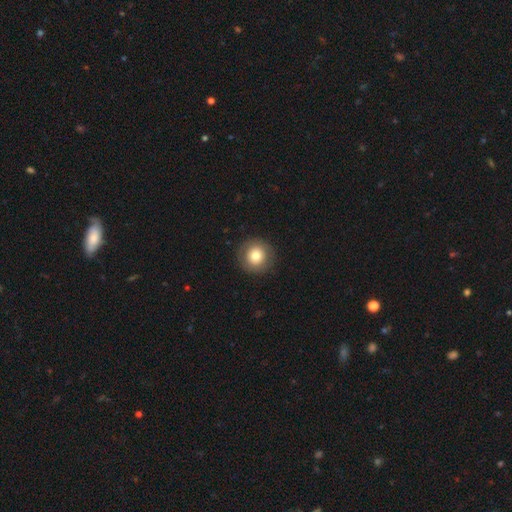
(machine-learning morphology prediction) This is likely a smooth galaxy (77%). How rounded: clearly round (95%). Merging: clearly none (90%).